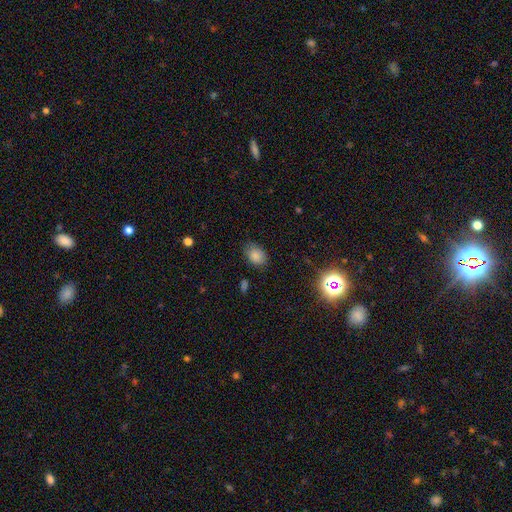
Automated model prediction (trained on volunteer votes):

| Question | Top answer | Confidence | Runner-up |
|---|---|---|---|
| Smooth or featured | smooth | 83% | star or artifact (11%) |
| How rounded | in between | 75% | round (24%) |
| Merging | none | 77% | minor disturbance (18%) |